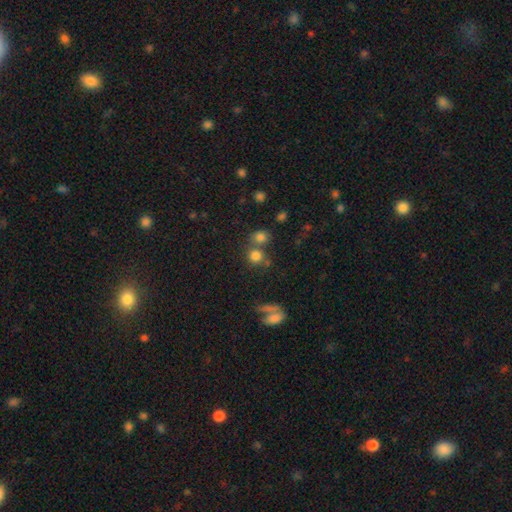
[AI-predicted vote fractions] smooth_or_featured: smooth (p=0.77) [alt: star or artifact p=0.14]
how_rounded: round (p=0.86) [alt: in between p=0.13]
merging: none (p=0.56) [alt: merger p=0.31]